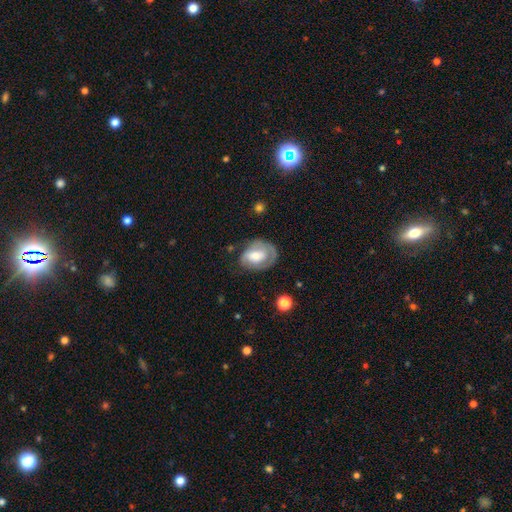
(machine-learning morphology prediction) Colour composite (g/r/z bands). It shows a featured or disk galaxy (58%) with no bar (55%), spiral arms (72%) and a moderate central bulge (52%). Merging: none (58%).